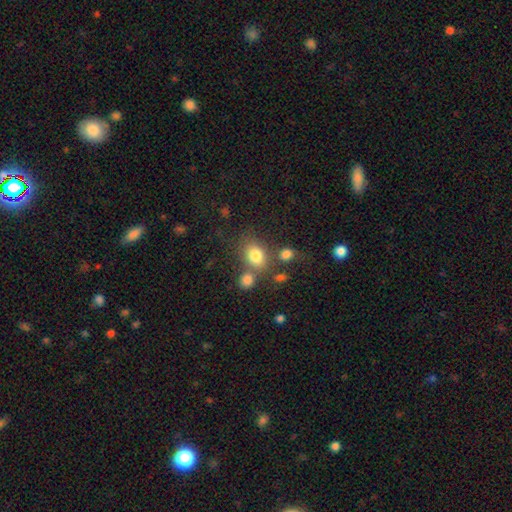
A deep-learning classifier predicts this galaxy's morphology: This appears to be a smooth galaxy with no disk features (79%) that is in between round and cigar-shaped (59%). Merging: none (60%).